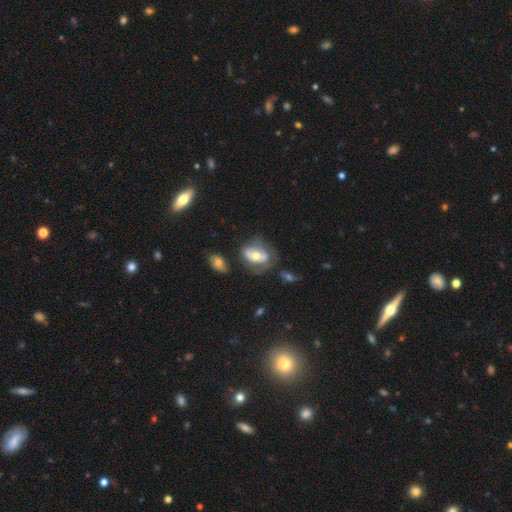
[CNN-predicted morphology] Overall: featured or disk (51%; smooth 41%). Edge-on disk: no (92%). Merging: none (45%; minor disturbance 26%).